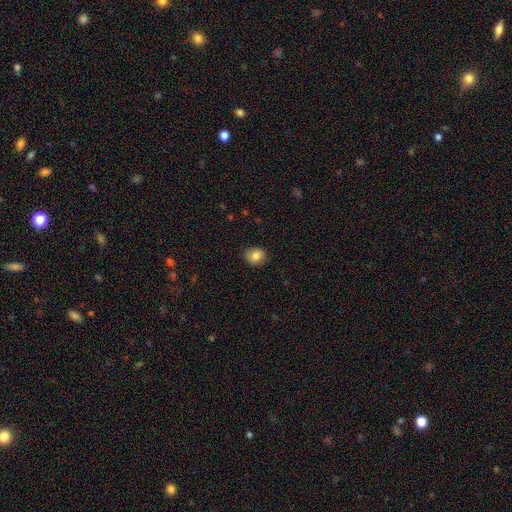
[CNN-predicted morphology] Smooth or featured: smooth — 83% (star or artifact — 9%)
How rounded: round — 67% (in between — 33%)
Merging: none — 85% (minor disturbance — 11%)